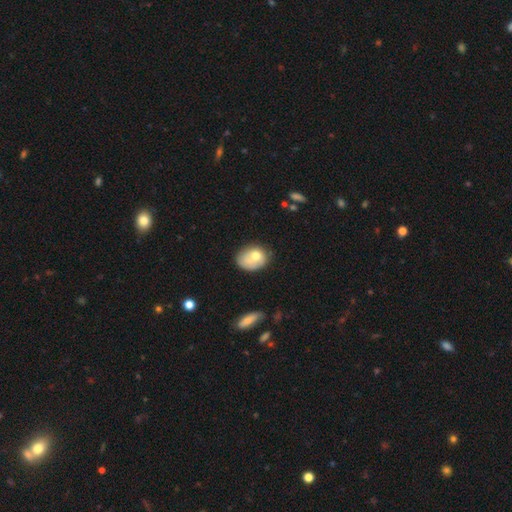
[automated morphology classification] smooth_or_featured: smooth (p=0.69) [alt: featured or disk p=0.23]
how_rounded: in between (p=0.62) [alt: round p=0.37]
merging: none (p=0.48) [alt: minor disturbance p=0.31]